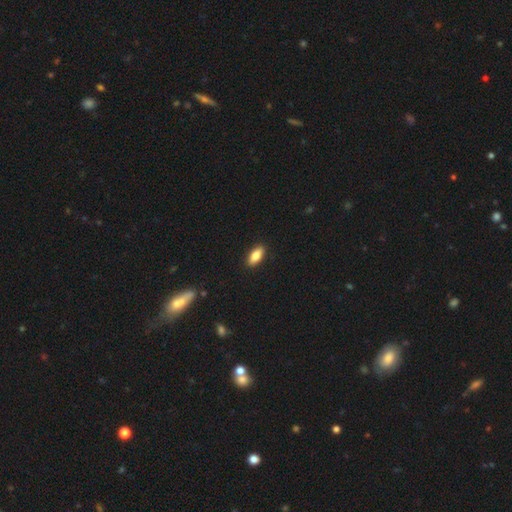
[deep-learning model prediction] This appears to be a smooth galaxy with no disk features (82%) that is in between round and cigar-shaped (85%). Merging: none (90%).